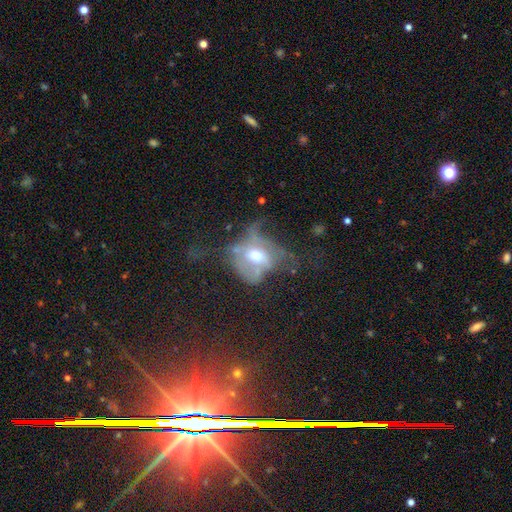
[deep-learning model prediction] Smooth or featured? featured or disk (52%)
Edge-on disk? no (92%)
Merging? major disturbance (46%)